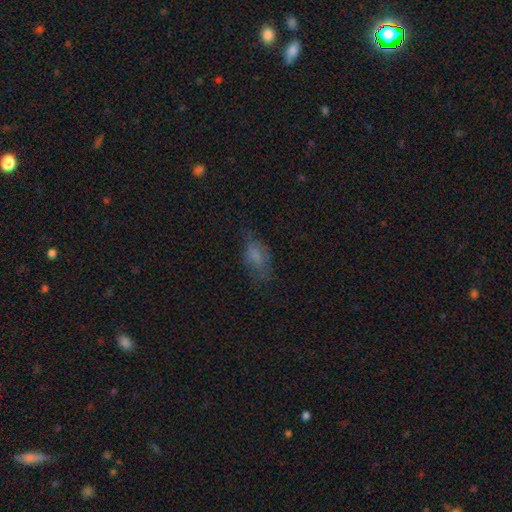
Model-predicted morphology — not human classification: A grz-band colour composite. It shows a smooth galaxy with no disk features (63%) that is in between round and cigar-shaped (86%). Merging: none (55%).